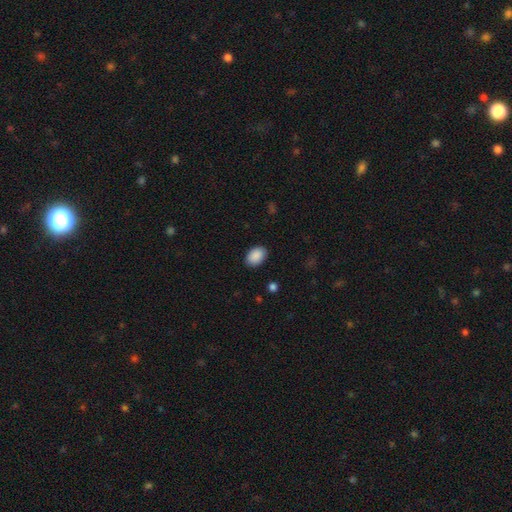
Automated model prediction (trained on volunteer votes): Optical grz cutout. It shows a smooth galaxy with no disk features (90%) that is in between round and cigar-shaped (82%). Merging: none (88%).